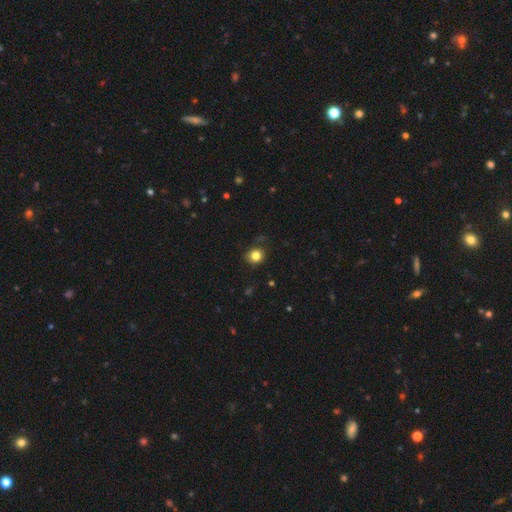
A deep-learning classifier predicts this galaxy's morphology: Overall: smooth (82%). How rounded: round (78%). Merging: none (82%).